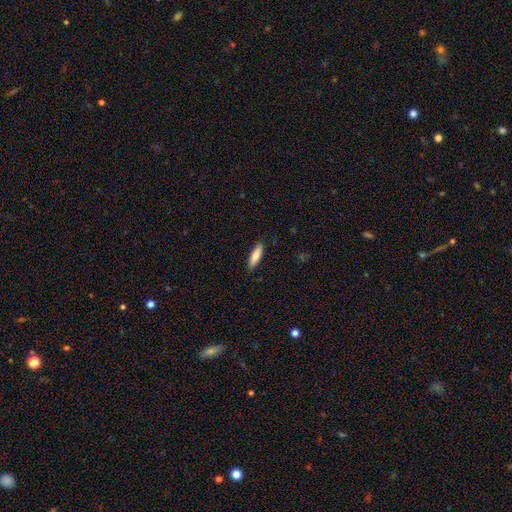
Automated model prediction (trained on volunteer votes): This appears to be a smooth galaxy with no disk features (80%) that is cigar-shaped (61%). Merging: none (87%).